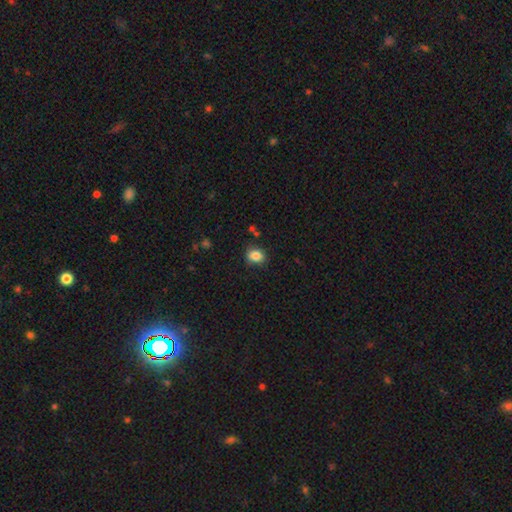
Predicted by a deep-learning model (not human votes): Smooth or featured? smooth (84%)
How rounded? round (50%)
Merging? none (80%)